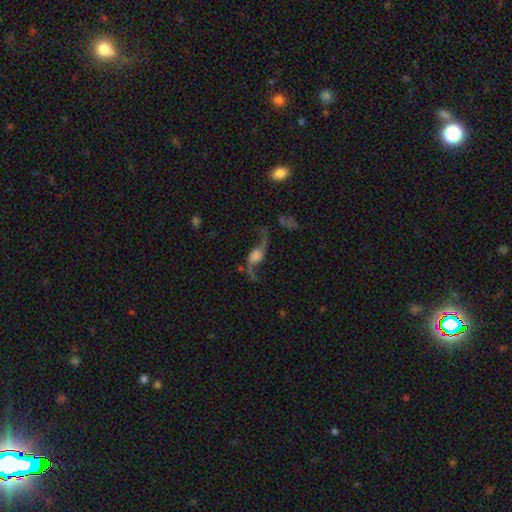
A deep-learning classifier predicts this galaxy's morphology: A featured or disk galaxy (85%) with no bar (59%), 2 (94%) loose (93%) spiral arms (95%) and a large central bulge (33%).

Vote fractions:
- Smooth or featured? featured or disk: 85% / smooth: 8% / star or artifact: 7%
- Edge-on disk? no: 91% / yes: 9%
- Bar? no: 59% / weak: 29% / strong: 12%
- Spiral arms? yes: 95% / no: 5%
- Spiral winding? loose: 93% / medium: 5% / tight: 2%
- Spiral arm count? 2: 94% / 1: 2% / can't tell: 1% / 3: 1% / 4: 1% / more than 4: 1%
- Bulge size? large: 33% / none: 21% / moderate: 19% / dominant: 14% / small: 13%
- Merging? none: 70% / minor disturbance: 14% / major disturbance: 12% / merger: 4%